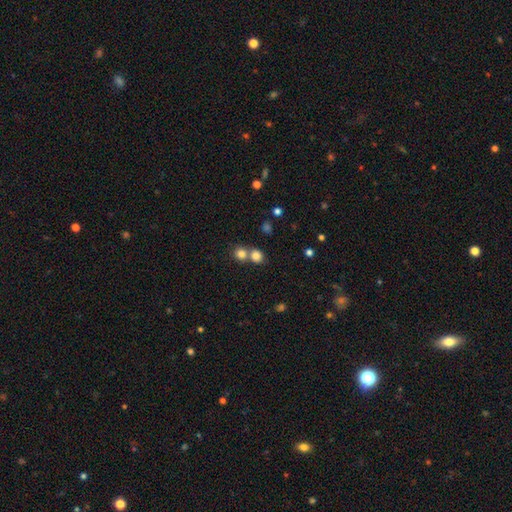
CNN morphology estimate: Overall: smooth (81%). How rounded: round (79%). Merging: none (49%; merger 42%).